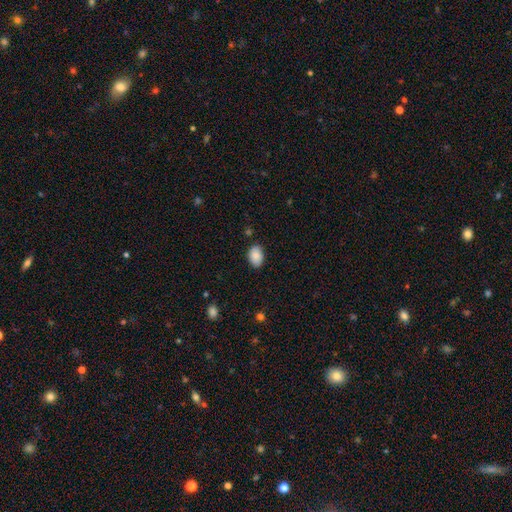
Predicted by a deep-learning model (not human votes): This appears to be a smooth galaxy with no disk features (87%) that is in between round and cigar-shaped (85%). Merging: none (83%).